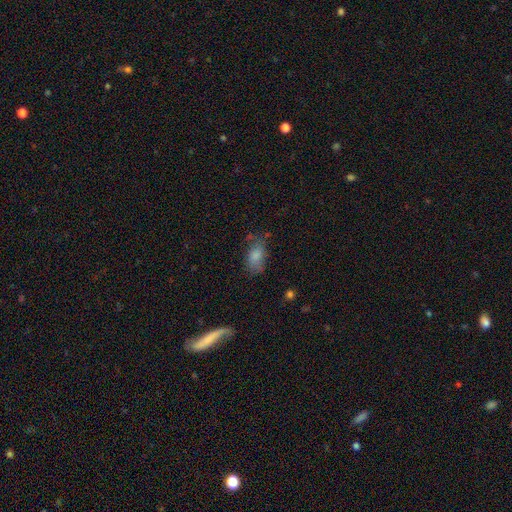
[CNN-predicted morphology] smooth-or-featured: smooth: 79% | featured or disk: 13% | star or artifact: 9%
  how-rounded: in between: 90% | round: 7% | cigar-shaped: 3%
  merging: none: 57% | minor disturbance: 28% | major disturbance: 12% | merger: 3%